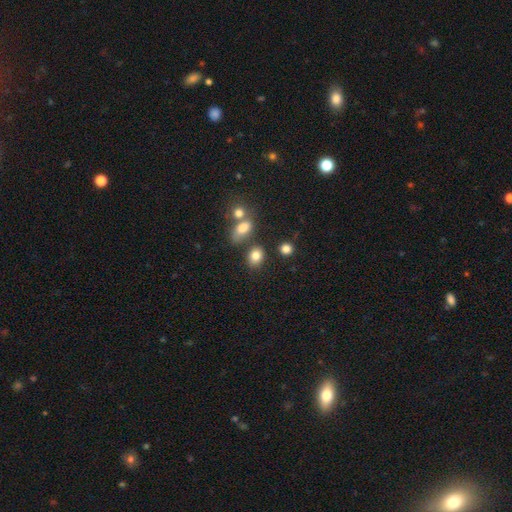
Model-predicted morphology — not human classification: Overall: smooth (81%). How rounded: in between (60%; round 39%). Merging: none (65%).